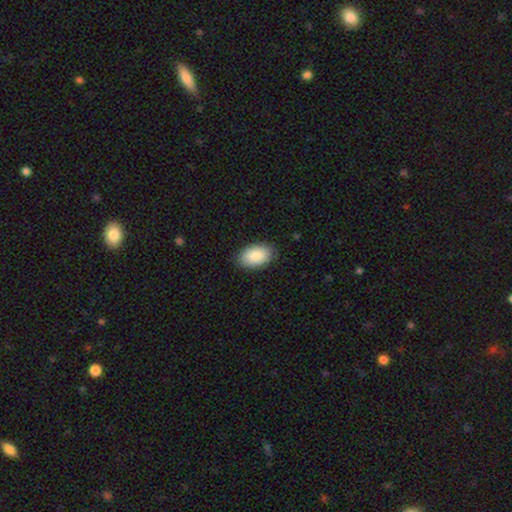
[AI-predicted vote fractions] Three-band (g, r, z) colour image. It shows a smooth galaxy with no disk features (87%) that is in between round and cigar-shaped (93%). Merging: none (85%).